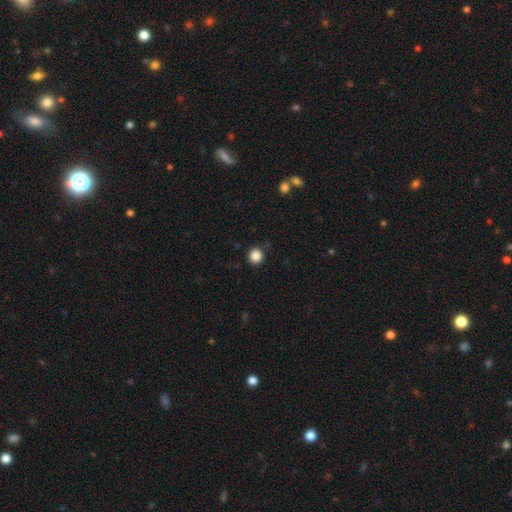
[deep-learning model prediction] Smooth or featured? smooth (86%)
How rounded? round (93%)
Merging? none (89%)